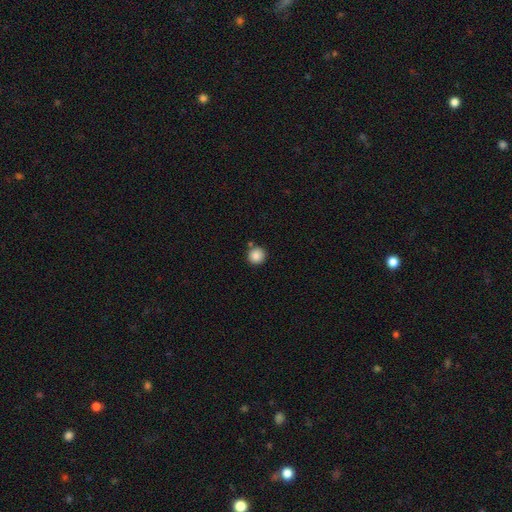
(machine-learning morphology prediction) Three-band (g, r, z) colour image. It shows a smooth galaxy with no disk features (86%) that is round (93%). Merging: none (82%).